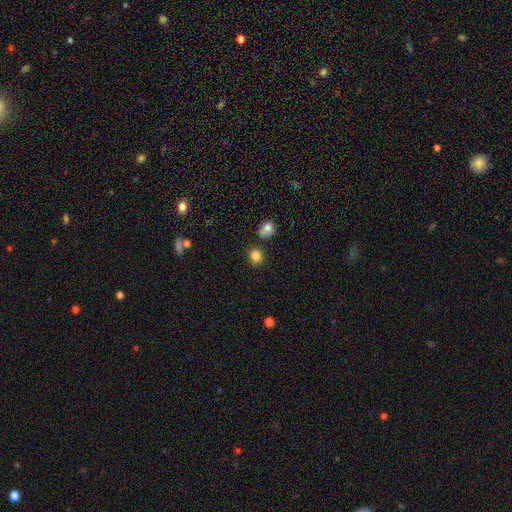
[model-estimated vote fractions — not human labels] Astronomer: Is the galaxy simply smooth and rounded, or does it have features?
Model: smooth — 84%.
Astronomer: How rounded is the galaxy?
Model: round — 71%.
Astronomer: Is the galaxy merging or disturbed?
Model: none — 76%.